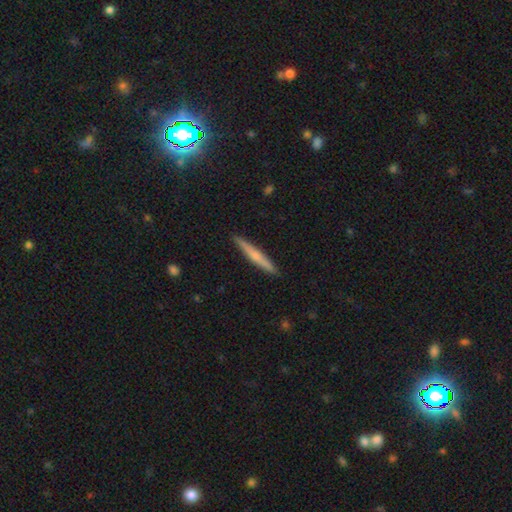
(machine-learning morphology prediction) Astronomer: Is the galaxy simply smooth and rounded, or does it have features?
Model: smooth — 50% (runner-up: featured or disk, 44%).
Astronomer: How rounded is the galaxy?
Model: cigar-shaped — 95%.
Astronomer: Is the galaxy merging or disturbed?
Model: none — 91%.